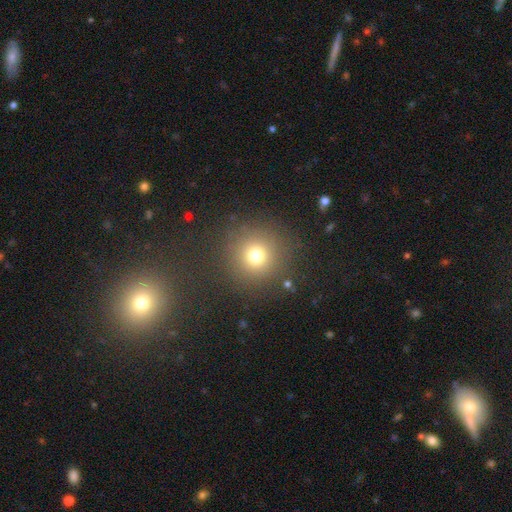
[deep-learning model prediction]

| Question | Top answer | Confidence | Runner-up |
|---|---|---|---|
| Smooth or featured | smooth | 73% | star or artifact (18%) |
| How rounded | round | 94% | in between (5%) |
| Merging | none | 86% | minor disturbance (7%) |